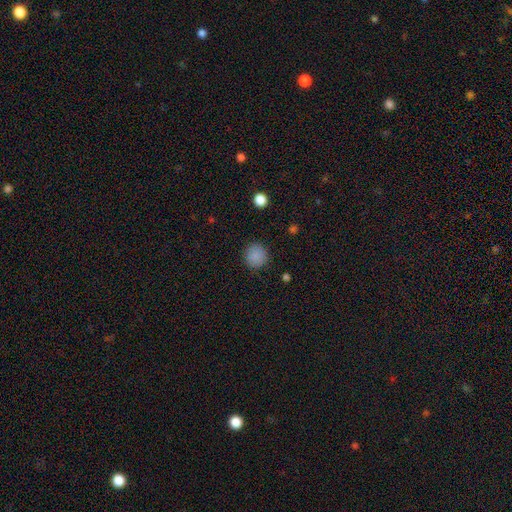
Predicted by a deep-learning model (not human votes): smooth_or_featured: smooth (p=0.87) [alt: star or artifact p=0.10]
how_rounded: round (p=0.91) [alt: in between p=0.08]
merging: none (p=0.89) [alt: minor disturbance p=0.07]